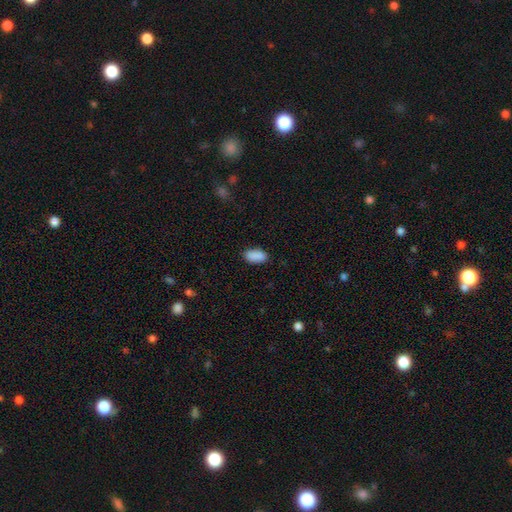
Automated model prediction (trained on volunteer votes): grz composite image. It shows a smooth galaxy with no disk features (89%) that is in between round and cigar-shaped (93%). Merging: none (86%).